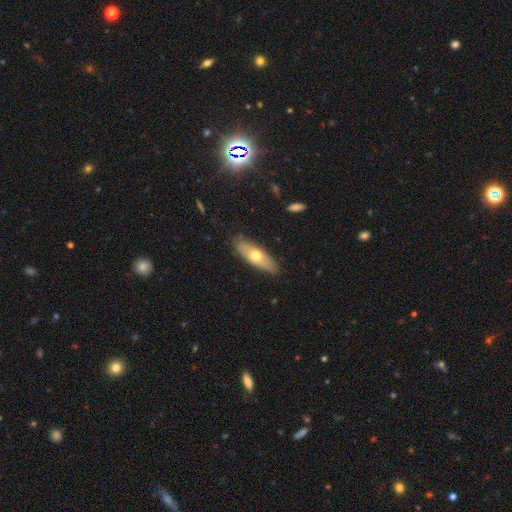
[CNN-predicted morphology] Smooth or featured? Predicted: smooth (p=0.58). How rounded? Predicted: in between (p=0.56). Merging? Predicted: none (p=0.86).